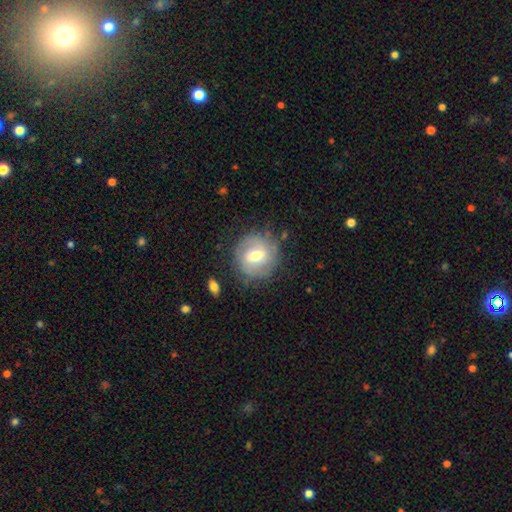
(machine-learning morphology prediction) The model was most divided on "smooth or featured": featured or disk: 54%, smooth: 38%, star or artifact: 8%. More confident: edge-on disk — no (95%); merging — none (78%); bulge size — moderate (74%); spiral arms — yes (67%); bar — weak (54%).